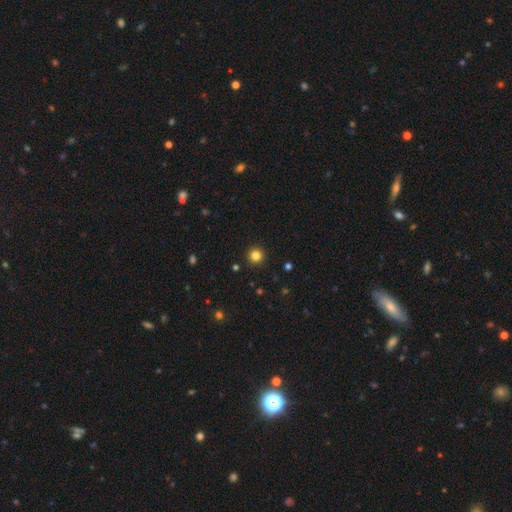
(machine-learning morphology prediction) This appears to be a smooth galaxy with no disk features (83%) that is round (96%). Merging: none (93%).